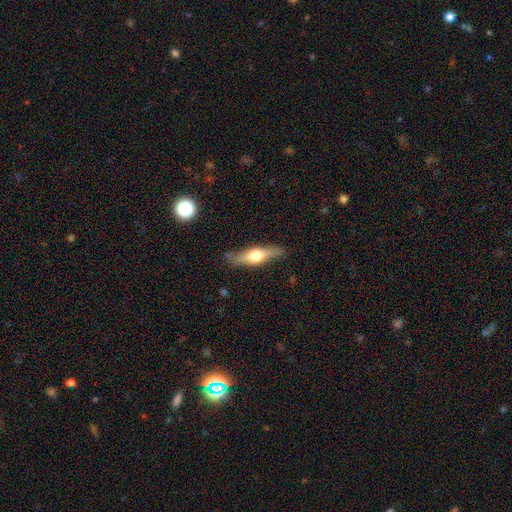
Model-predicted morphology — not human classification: Smooth or featured? Predicted: featured or disk (p=0.54). Edge-on disk? Predicted: yes (p=0.92). Merging? Predicted: none (p=0.82).